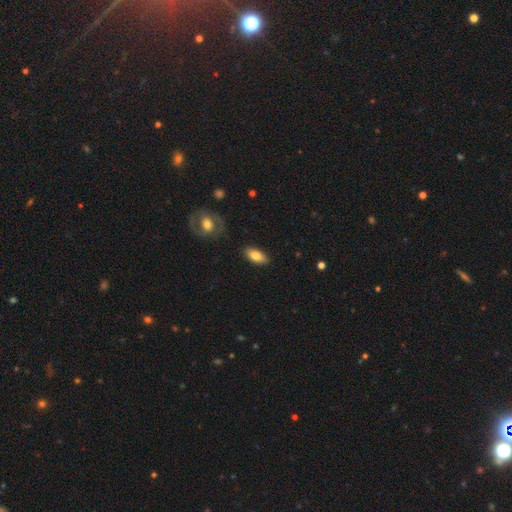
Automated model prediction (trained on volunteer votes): smooth-or-featured: smooth: 80% | featured or disk: 13% | star or artifact: 6%
  how-rounded: in between: 89% | cigar-shaped: 9% | round: 2%
  merging: none: 87% | minor disturbance: 9% | major disturbance: 2% | merger: 1%